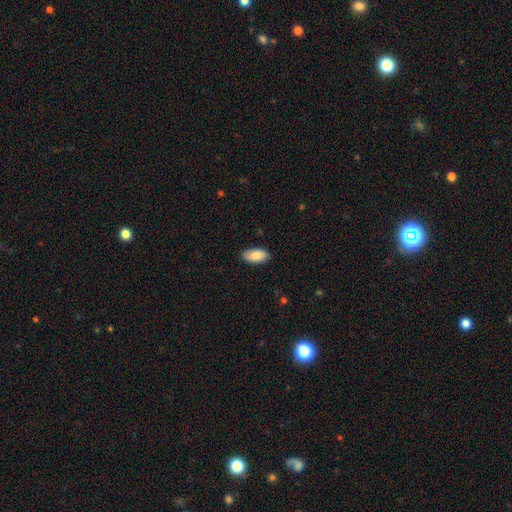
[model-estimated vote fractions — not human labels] Overall: smooth (84%). How rounded: in between (94%). Merging: none (88%).